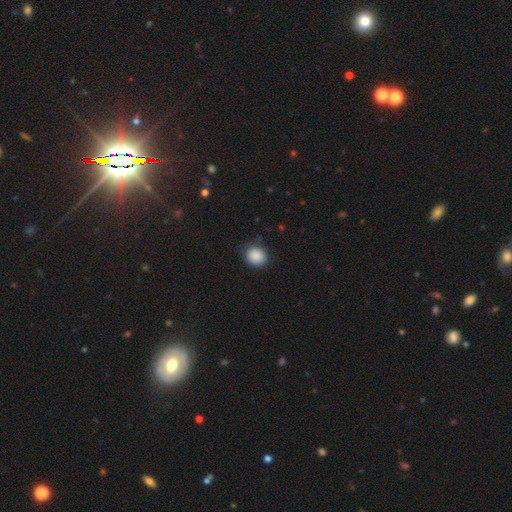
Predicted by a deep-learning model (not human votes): Q: Smooth or featured?
A: smooth (89%); runner-up: star or artifact (8%)
Q: How rounded?
A: round (69%); runner-up: in between (30%)
Q: Merging?
A: none (85%); runner-up: minor disturbance (11%)